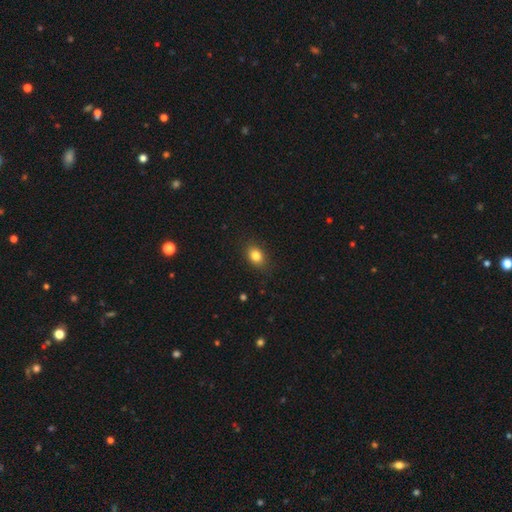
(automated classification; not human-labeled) A smooth galaxy with no disk features (83%) that is in between round and cigar-shaped (67%). Merging: none (86%).